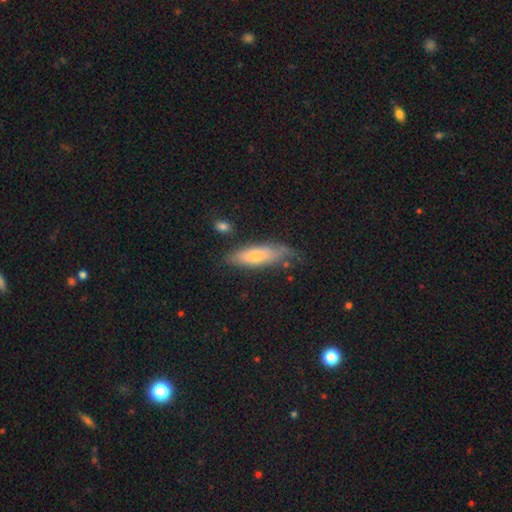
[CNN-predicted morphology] smooth 63%, featured or disk 30%, star or artifact 7%. Down the decision tree: how rounded — cigar-shaped (54%); merging — none (60%).